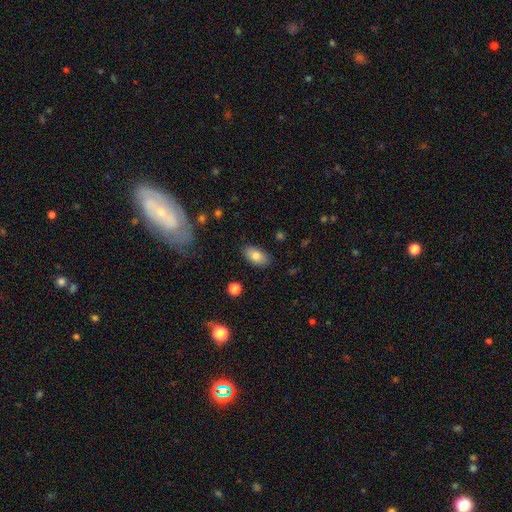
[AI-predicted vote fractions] Smooth or featured: smooth — 81% (featured or disk — 12%)
How rounded: in between — 93% (round — 5%)
Merging: none — 87% (minor disturbance — 10%)